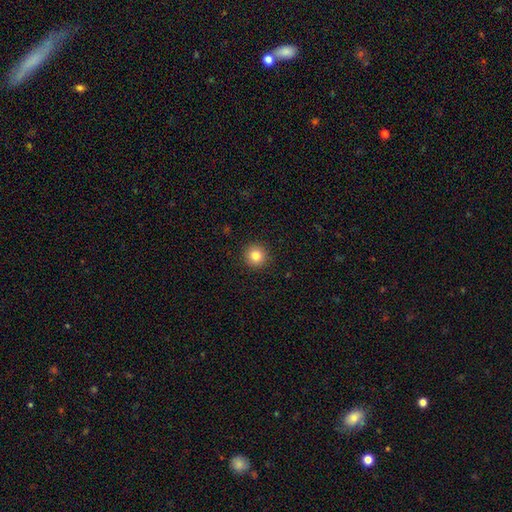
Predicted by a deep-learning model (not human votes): Morphology: type=smooth (83%); roundness=round (95%); merging=none (92%).